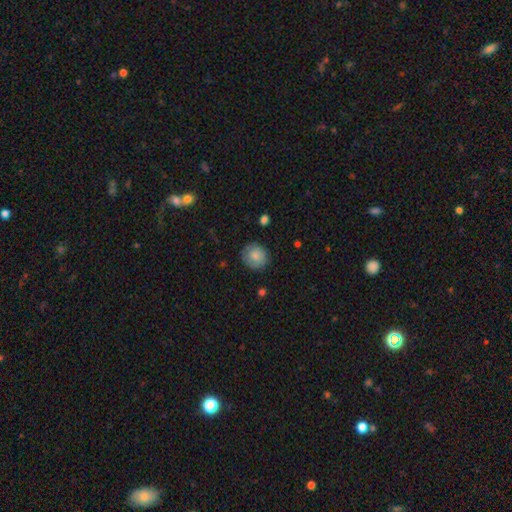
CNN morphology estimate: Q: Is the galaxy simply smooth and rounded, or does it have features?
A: smooth — 78%.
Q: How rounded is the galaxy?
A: round — 83%.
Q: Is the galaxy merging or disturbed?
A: none — 79%.